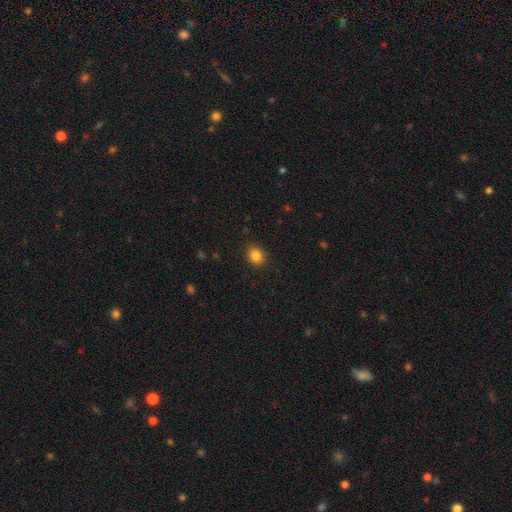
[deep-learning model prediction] smooth 85%, star or artifact 11%, featured or disk 5%. Down the decision tree: how rounded — round (61%); merging — none (88%).